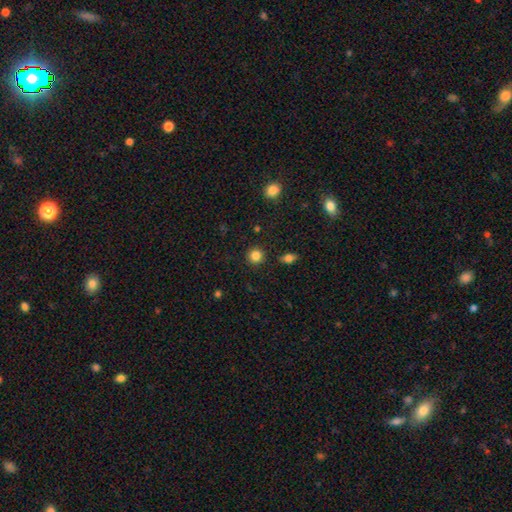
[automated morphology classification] Smooth or featured? Predicted: smooth (p=0.84). How rounded? Predicted: round (p=0.93). Merging? Predicted: none (p=0.90).